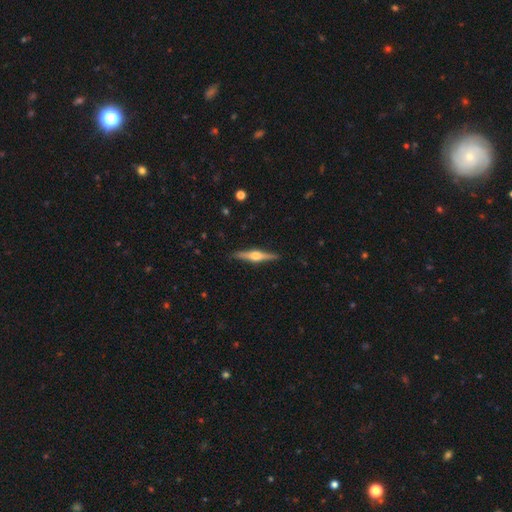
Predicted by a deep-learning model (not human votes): Smooth or featured?
  - featured or disk: 74% *
  - smooth: 21%
  - star or artifact: 5%
Edge-on disk?
  - yes: 98% *
  - no: 2%
Edge-on bulge?
  - rounded: 94% *
  - boxy: 4%
  - none: 2%
Merging?
  - none: 90% *
  - minor disturbance: 7%
  - major disturbance: 1%
  - merger: 1%